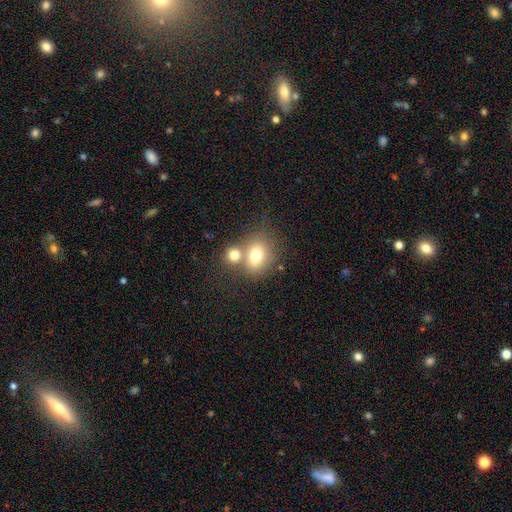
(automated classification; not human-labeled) Q: Smooth or featured?
A: smooth (74%); runner-up: featured or disk (15%)
Q: How rounded?
A: round (50%); runner-up: in between (49%)
Q: Merging?
A: none (43%); tied with: merger (43%)